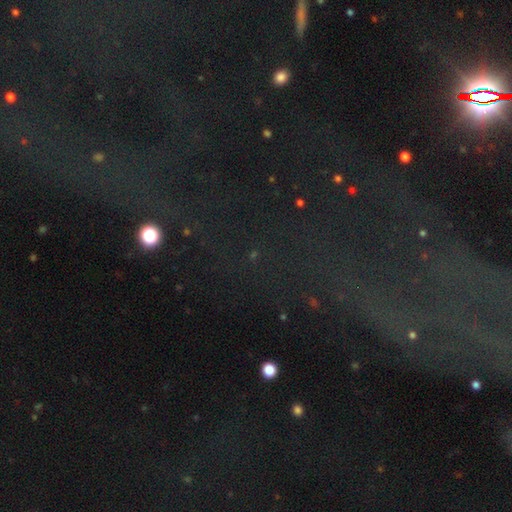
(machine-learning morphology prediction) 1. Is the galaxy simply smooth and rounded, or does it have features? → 69% star or artifact, 16% smooth, 14% featured or disk.